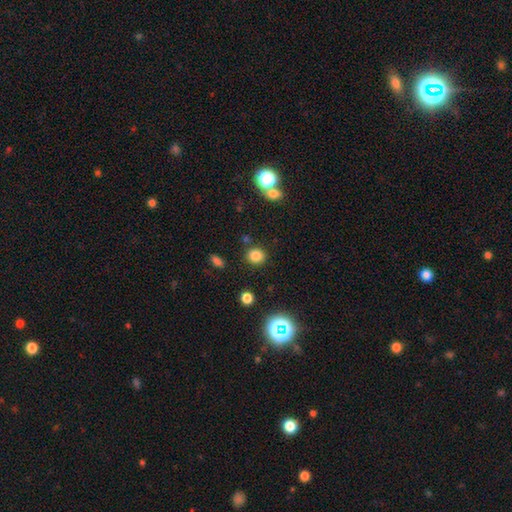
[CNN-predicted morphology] Smooth or featured?
  - smooth: 80% *
  - star or artifact: 15%
  - featured or disk: 5%
How rounded?
  - round: 83% *
  - in between: 16%
  - cigar-shaped: 1%
Merging?
  - none: 85% *
  - minor disturbance: 8%
  - merger: 4%
  - major disturbance: 3%